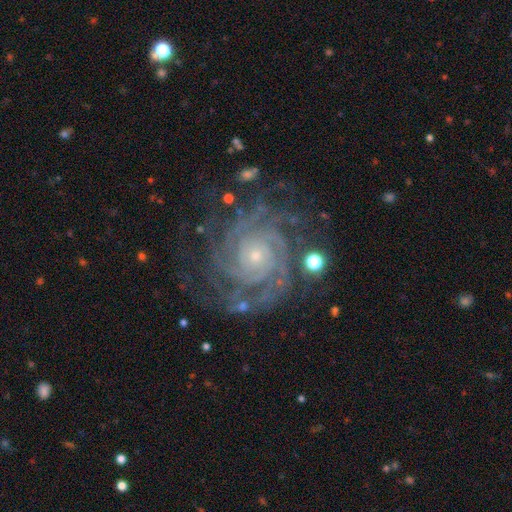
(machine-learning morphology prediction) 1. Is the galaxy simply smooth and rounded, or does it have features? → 91% featured or disk, 6% star or artifact, 3% smooth.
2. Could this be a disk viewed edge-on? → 98% no, 2% yes.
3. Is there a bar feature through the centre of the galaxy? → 79% no, 14% weak, 7% strong.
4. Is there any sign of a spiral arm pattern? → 99% yes, 1% no.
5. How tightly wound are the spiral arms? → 82% tight, 16% medium, 2% loose.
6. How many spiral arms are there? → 22% 4, 20% 3, 20% 2, 15% can't tell, 15% more than 4, 8% 1.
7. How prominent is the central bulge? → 82% small, 14% moderate, 2% none, 1% large, 1% dominant.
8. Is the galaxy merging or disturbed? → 76% none, 15% minor disturbance, 7% major disturbance, 2% merger.